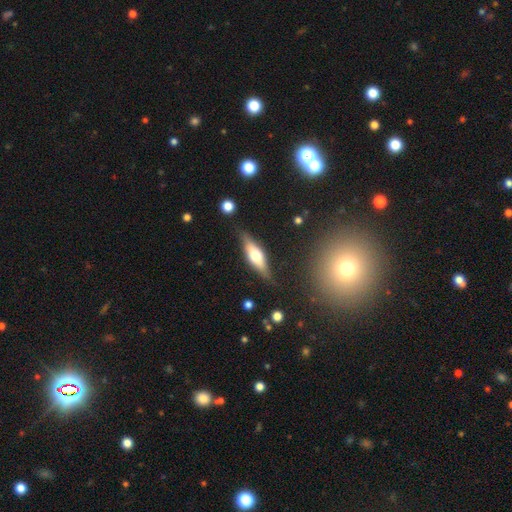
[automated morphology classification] A featured or disk galaxy (53%) viewed edge-on (89%).

Vote fractions:
- Smooth or featured? featured or disk: 53% / smooth: 41% / star or artifact: 6%
- Edge-on disk? yes: 89% / no: 11%
- Merging? none: 80% / minor disturbance: 15% / major disturbance: 4% / merger: 2%